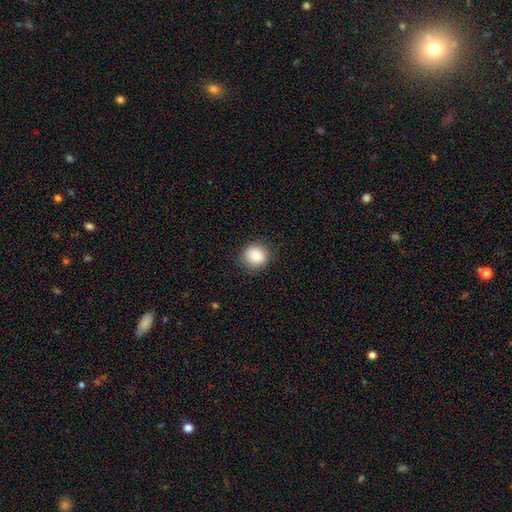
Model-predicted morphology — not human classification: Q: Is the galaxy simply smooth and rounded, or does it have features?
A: smooth — 84%.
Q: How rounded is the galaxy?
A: round — 87%.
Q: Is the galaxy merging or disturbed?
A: none — 88%.